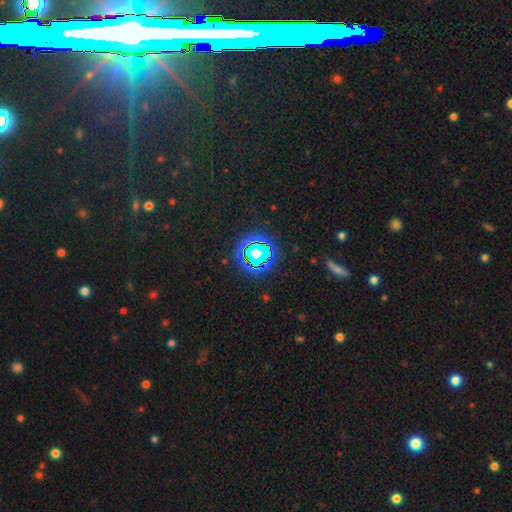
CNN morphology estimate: type=star or artifact (78%).